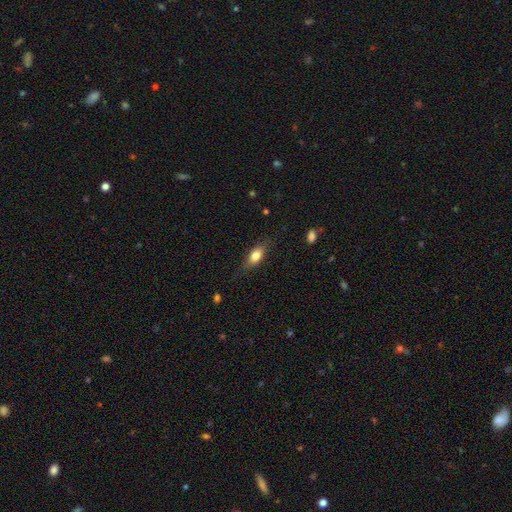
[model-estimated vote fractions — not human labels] This is likely a smooth galaxy (75%). How rounded: likely in between (75%). Merging: likely none (78%).